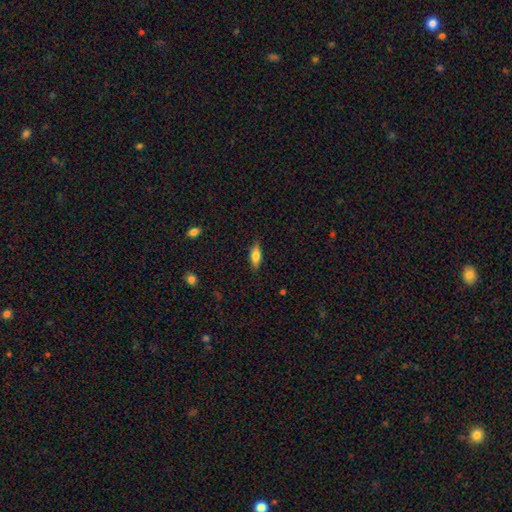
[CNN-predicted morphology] This appears to be a smooth galaxy with no disk features (70%) that is in between round and cigar-shaped (65%). Merging: none (85%).